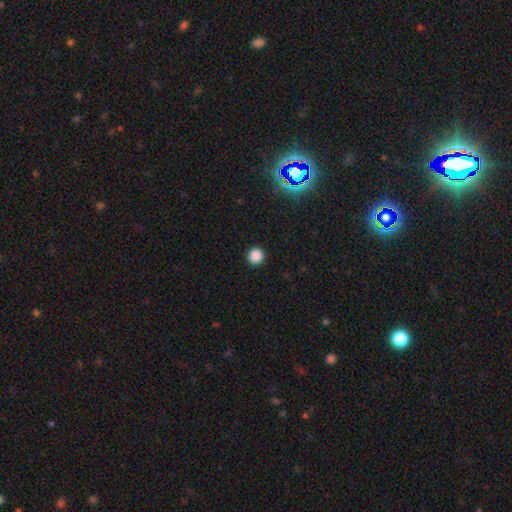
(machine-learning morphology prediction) type=smooth (87%); roundness=round (93%); merging=none (93%).